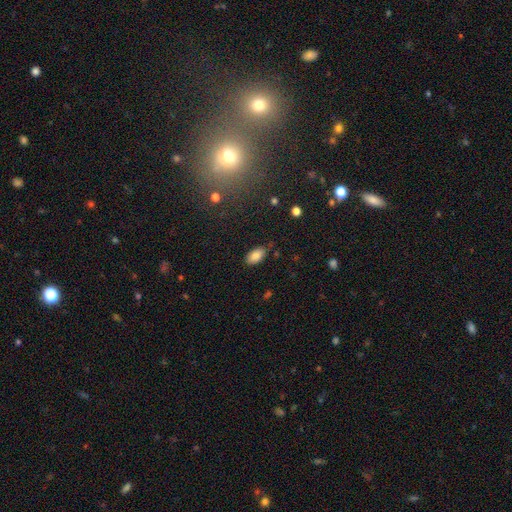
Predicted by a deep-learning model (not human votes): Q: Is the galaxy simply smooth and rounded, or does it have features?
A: smooth — 86%.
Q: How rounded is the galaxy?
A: in between — 94%.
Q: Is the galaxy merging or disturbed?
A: none — 82%.